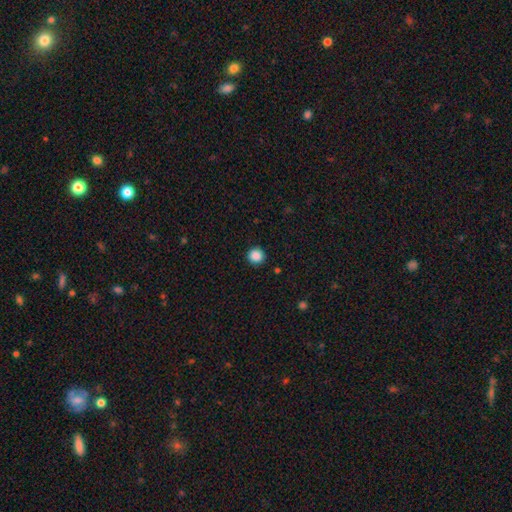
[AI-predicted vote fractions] Smooth or featured: smooth — 88% (star or artifact — 10%)
How rounded: round — 93% (in between — 6%)
Merging: none — 91% (minor disturbance — 6%)